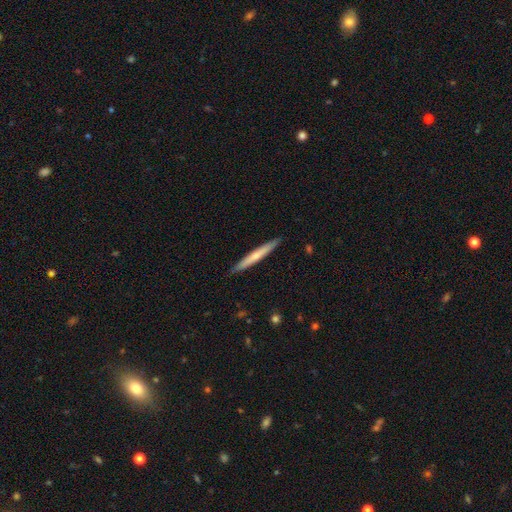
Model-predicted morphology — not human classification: A smooth galaxy with no disk features (55%) that is cigar-shaped (96%). Merging: none (91%).